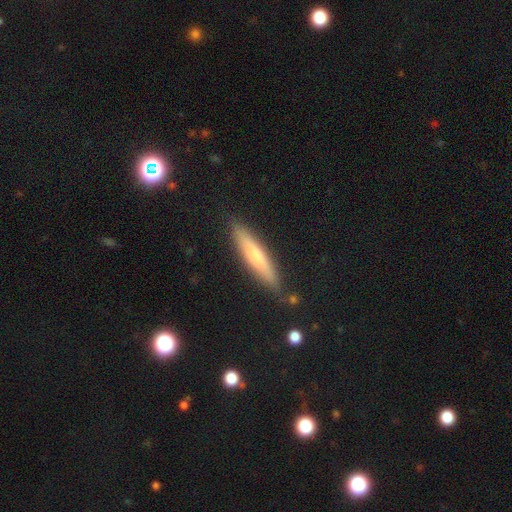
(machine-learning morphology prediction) smooth-or-featured: smooth: 64% | featured or disk: 29% | star or artifact: 6%
  how-rounded: cigar-shaped: 88% | in between: 10% | round: 1%
  merging: none: 85% | minor disturbance: 10% | merger: 2% | major disturbance: 2%